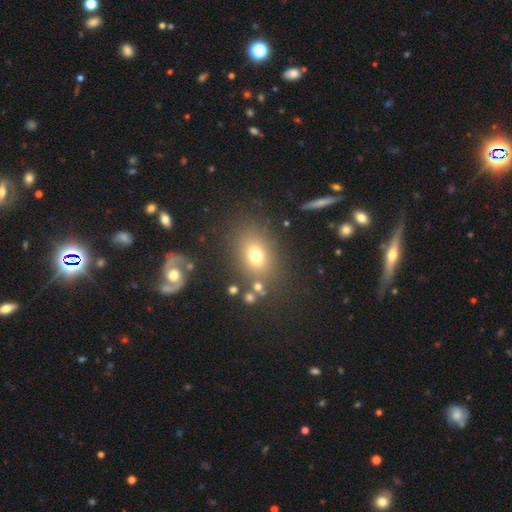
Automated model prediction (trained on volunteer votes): A smooth galaxy with no disk features (72%) that is in between round and cigar-shaped (61%).

Vote fractions:
- Smooth or featured? smooth: 72% / star or artifact: 16% / featured or disk: 12%
- How rounded? in between: 61% / round: 38% / cigar-shaped: 2%
- Merging? none: 79% / minor disturbance: 11% / major disturbance: 6% / merger: 5%